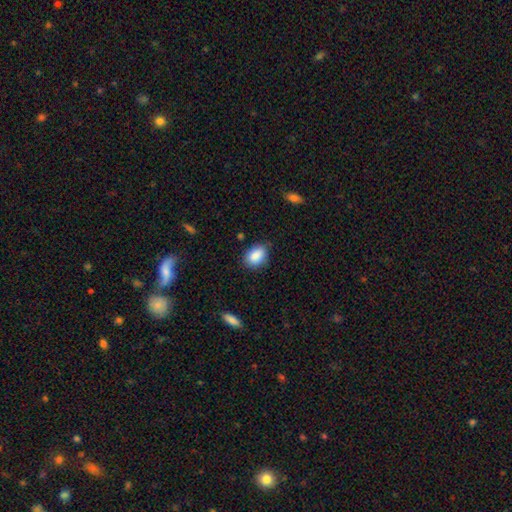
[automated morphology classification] Smooth or featured? Predicted: smooth (p=0.87). How rounded? Predicted: in between (p=0.78). Merging? Predicted: none (p=0.77).